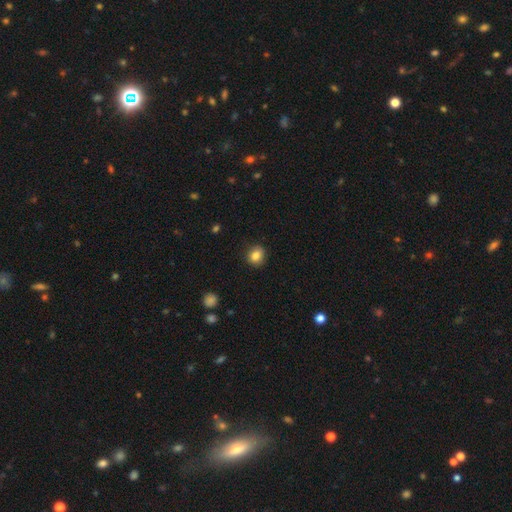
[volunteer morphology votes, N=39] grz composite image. It shows a smooth galaxy with no disk features (95%) that is round (70%). Merging: none (78%).